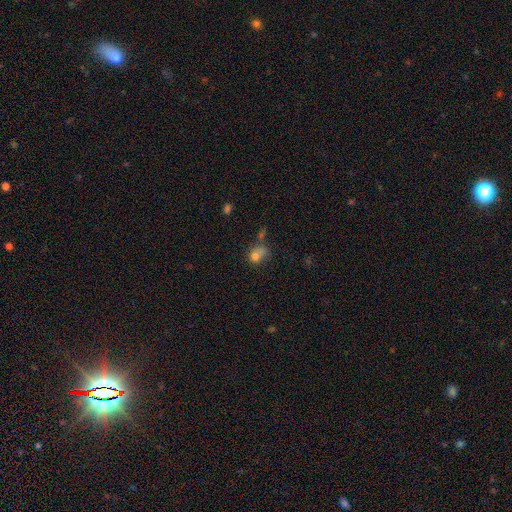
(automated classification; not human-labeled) smooth_or_featured: smooth (p=0.73) [alt: star or artifact p=0.14]
how_rounded: round (p=0.58) [alt: in between p=0.41]
merging: none (p=0.34) [alt: merger p=0.32]